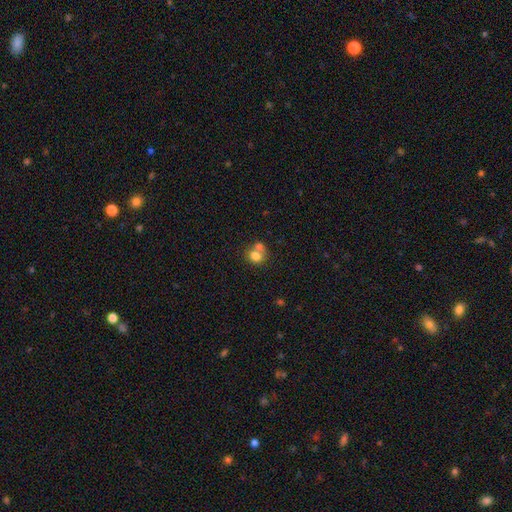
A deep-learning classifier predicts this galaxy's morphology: Smooth or featured: smooth — 77% (featured or disk — 13%)
How rounded: round — 68% (in between — 31%)
Merging: merger — 51% (none — 38%)